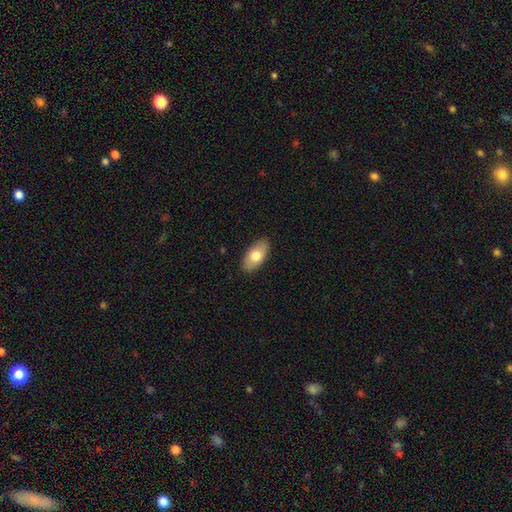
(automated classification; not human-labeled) smooth 74%, featured or disk 19%, star or artifact 6%. Down the decision tree: how rounded — in between (93%); merging — none (88%).